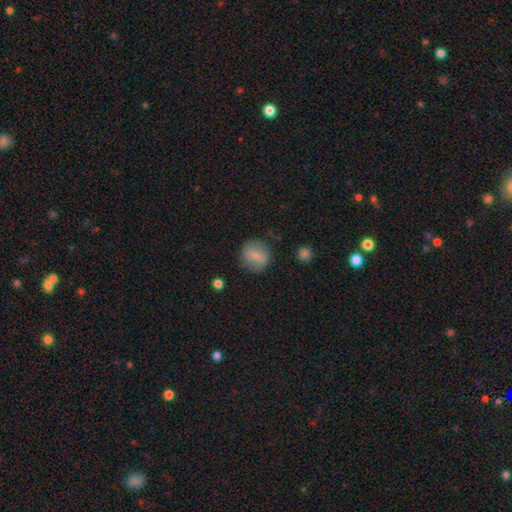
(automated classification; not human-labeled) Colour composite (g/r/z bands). It shows a smooth galaxy with no disk features (71%) that is round (80%). Merging: none (80%).